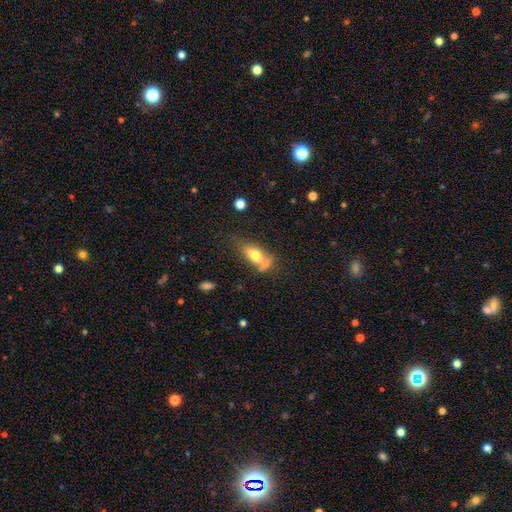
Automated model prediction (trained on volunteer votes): Smooth or featured? Predicted: smooth (p=0.66). How rounded? Predicted: in between (p=0.80). Merging? Predicted: none (p=0.44).